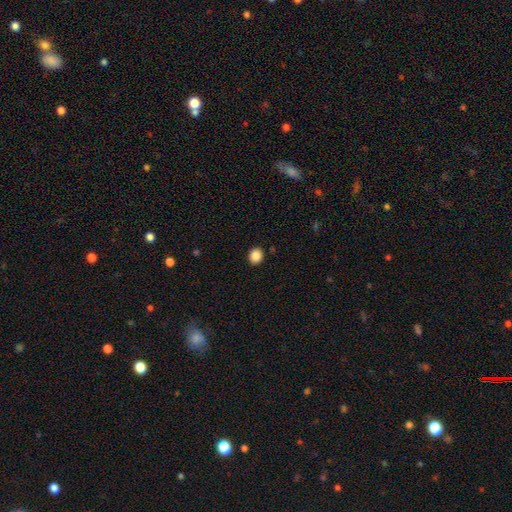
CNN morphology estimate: smooth_or_featured: smooth (p=0.87) [alt: star or artifact p=0.09]
how_rounded: round (p=0.70) [alt: in between p=0.29]
merging: none (p=0.91) [alt: minor disturbance p=0.06]